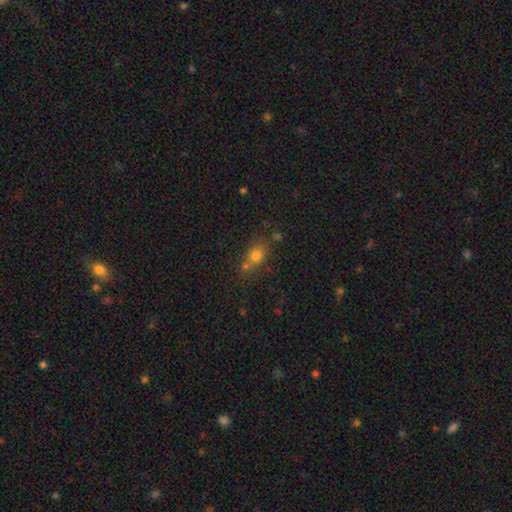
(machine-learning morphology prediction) A smooth galaxy with no disk features (73%) that is in between round and cigar-shaped (52%).

Vote fractions:
- Smooth or featured? smooth: 73% / star or artifact: 15% / featured or disk: 12%
- How rounded? in between: 52% / round: 44% / cigar-shaped: 4%
- Merging? none: 56% / merger: 24% / minor disturbance: 15% / major disturbance: 6%